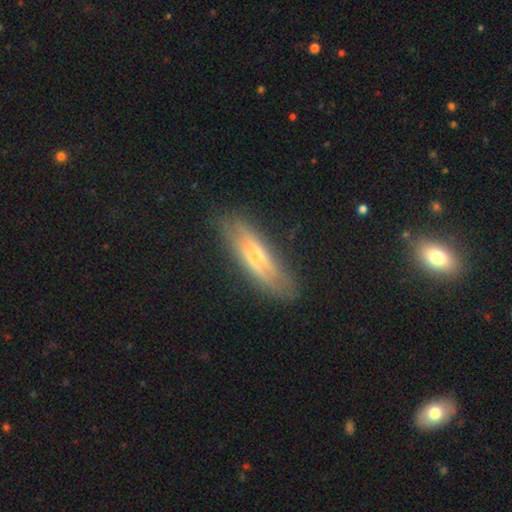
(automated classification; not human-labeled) Q: Smooth or featured?
A: featured or disk (56%); runner-up: smooth (36%)
Q: Edge-on disk?
A: yes (68%); runner-up: no (32%)
Q: Merging?
A: none (78%); runner-up: minor disturbance (16%)